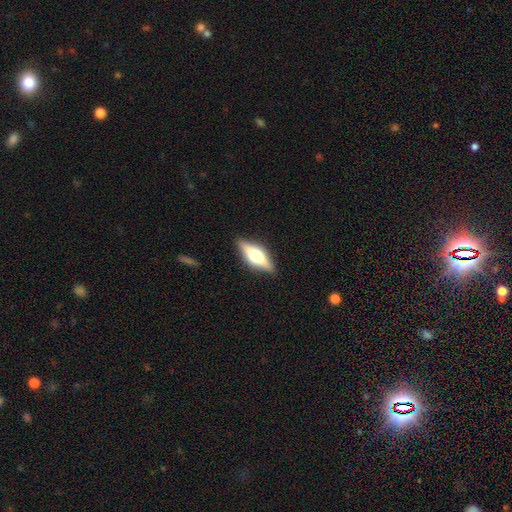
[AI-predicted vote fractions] smooth_or_featured: featured or disk (p=0.59) [alt: smooth p=0.34]
disk_edge_on: yes (p=0.94) [alt: no p=0.06]
edge_on_bulge: rounded (p=0.91) [alt: boxy p=0.08]
merging: none (p=0.88) [alt: minor disturbance p=0.09]